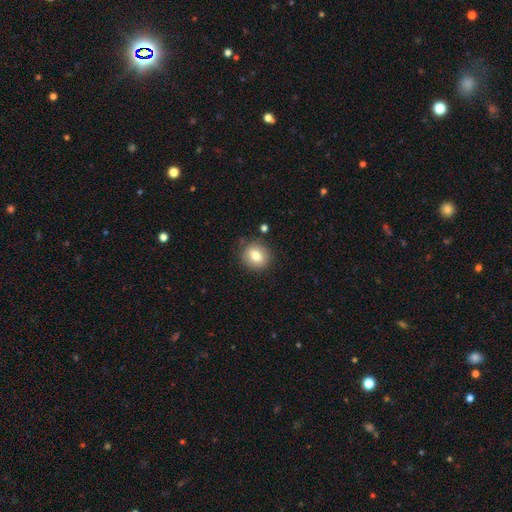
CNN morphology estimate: Smooth or featured: smooth — 79% (featured or disk — 12%)
How rounded: round — 79% (in between — 20%)
Merging: none — 84% (minor disturbance — 11%)